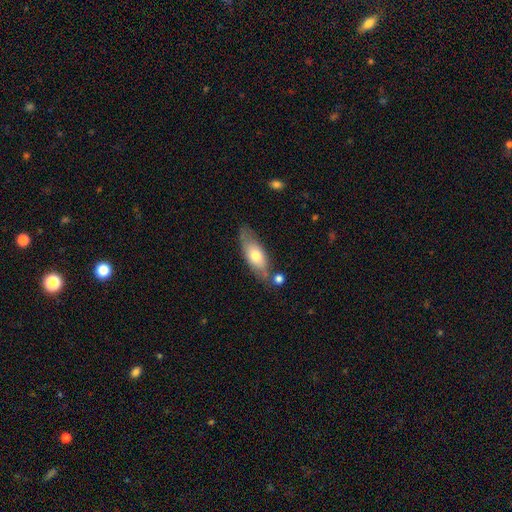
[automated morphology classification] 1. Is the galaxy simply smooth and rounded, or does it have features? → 63% smooth, 31% featured or disk, 6% star or artifact.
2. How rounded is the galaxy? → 74% in between, 23% cigar-shaped, 3% round.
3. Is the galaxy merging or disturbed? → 62% none, 21% minor disturbance, 11% merger, 6% major disturbance.